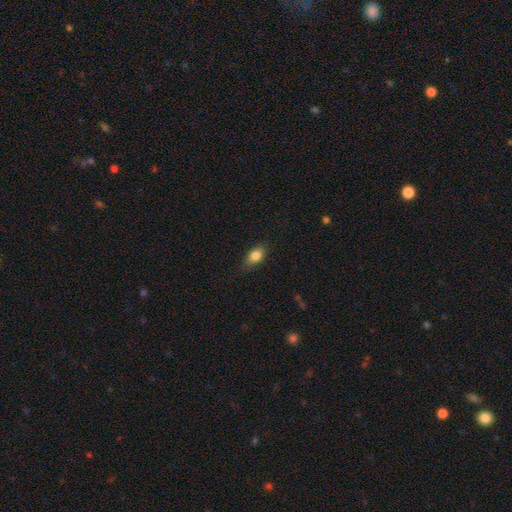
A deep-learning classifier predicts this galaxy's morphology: A smooth galaxy with no disk features (83%) that is in between round and cigar-shaped (82%).

Vote fractions:
- Smooth or featured? smooth: 83% / featured or disk: 9% / star or artifact: 8%
- How rounded? in between: 82% / round: 11% / cigar-shaped: 7%
- Merging? none: 77% / minor disturbance: 18% / major disturbance: 4% / merger: 1%